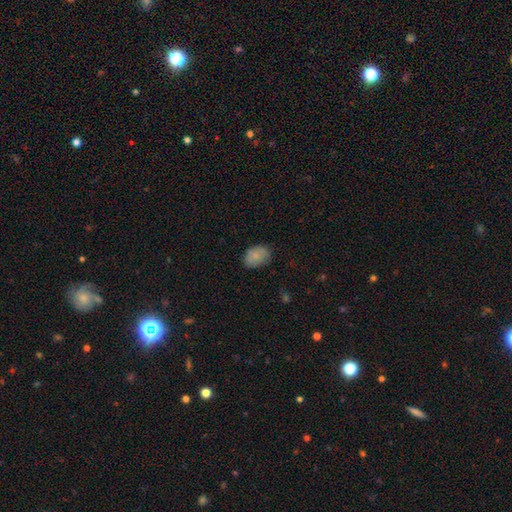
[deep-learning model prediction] Overall: smooth (80%). How rounded: in between (74%). Merging: none (74%).